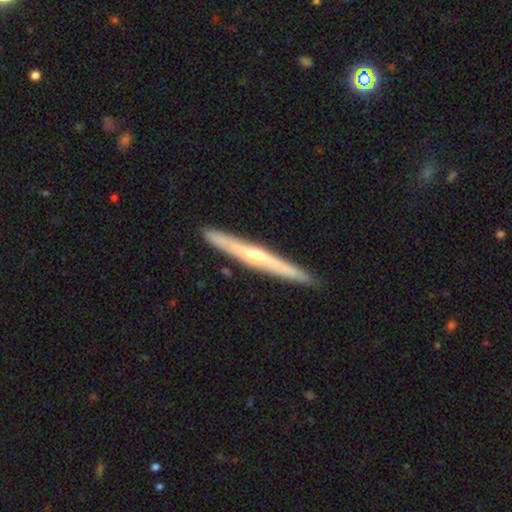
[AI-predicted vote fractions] Overall: featured or disk (63%; smooth 31%). Edge-on disk: yes (96%). Edge-on bulge: rounded (59%; none 34%). Merging: none (90%).